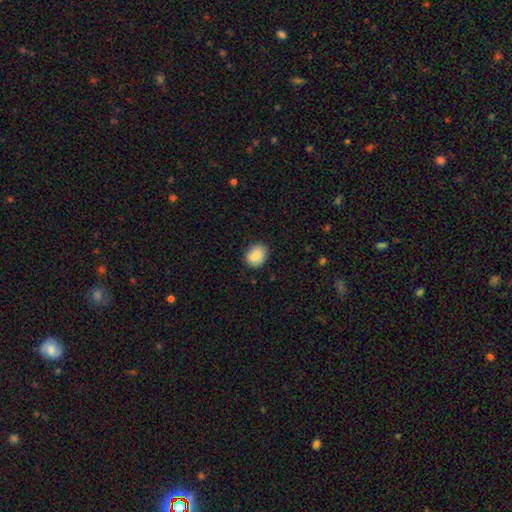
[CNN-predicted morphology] Overall: smooth (79%). How rounded: in between (50%; round 49%). Merging: none (82%).